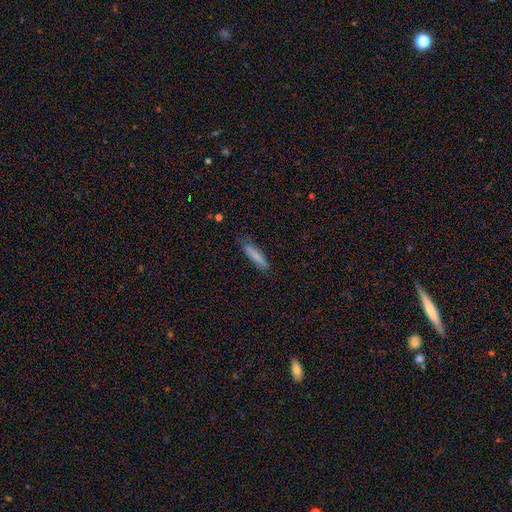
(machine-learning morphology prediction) Q: Smooth or featured?
A: smooth (76%); runner-up: featured or disk (18%)
Q: How rounded?
A: cigar-shaped (80%); runner-up: in between (18%)
Q: Merging?
A: none (82%); runner-up: minor disturbance (14%)